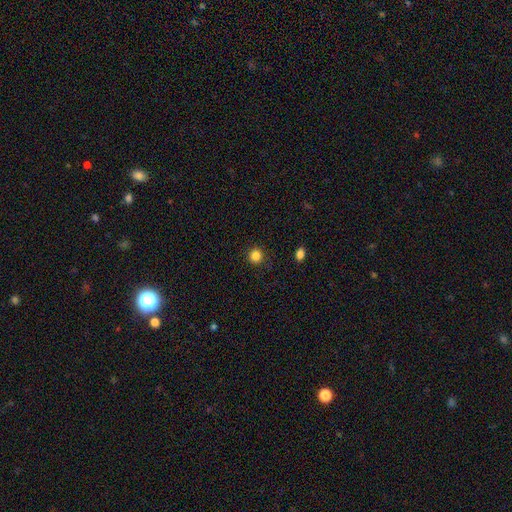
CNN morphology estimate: Smooth or featured: smooth — 84% (star or artifact — 12%)
How rounded: round — 93% (in between — 6%)
Merging: none — 91% (minor disturbance — 6%)